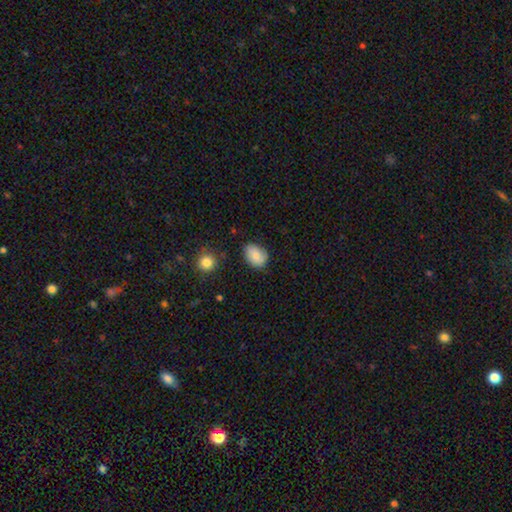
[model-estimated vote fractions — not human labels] Q: Smooth or featured?
A: smooth (79%); runner-up: featured or disk (13%)
Q: How rounded?
A: in between (73%); runner-up: round (26%)
Q: Merging?
A: none (71%); runner-up: minor disturbance (22%)